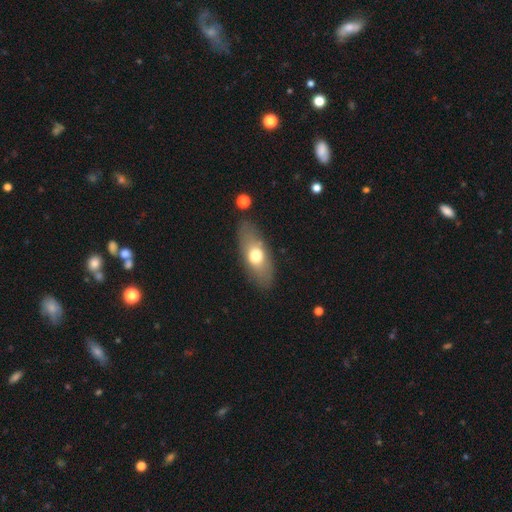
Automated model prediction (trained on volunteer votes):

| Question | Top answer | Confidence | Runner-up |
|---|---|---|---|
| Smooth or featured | smooth | 63% | featured or disk (30%) |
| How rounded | in between | 78% | cigar-shaped (17%) |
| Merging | none | 82% | minor disturbance (11%) |